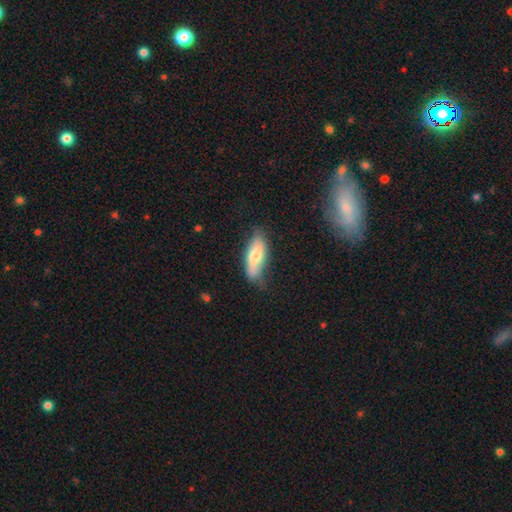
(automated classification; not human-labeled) smooth-or-featured: smooth: 63% | featured or disk: 30% | star or artifact: 7%
  how-rounded: in between: 67% | cigar-shaped: 31% | round: 2%
  merging: none: 59% | minor disturbance: 30% | major disturbance: 7% | merger: 3%